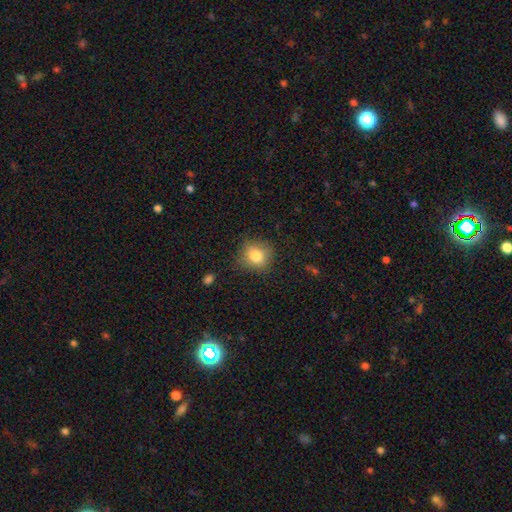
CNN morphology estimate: Smooth or featured? smooth (79%)
How rounded? round (79%)
Merging? none (81%)